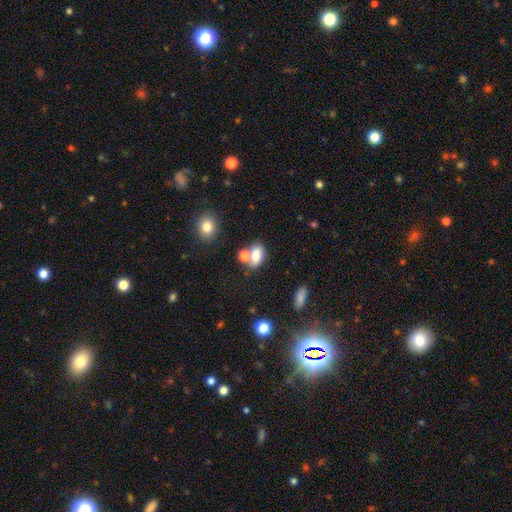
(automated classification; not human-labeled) Smooth or featured: smooth — 77% (featured or disk — 12%)
How rounded: in between — 80% (round — 17%)
Merging: merger — 42% (none — 39%)